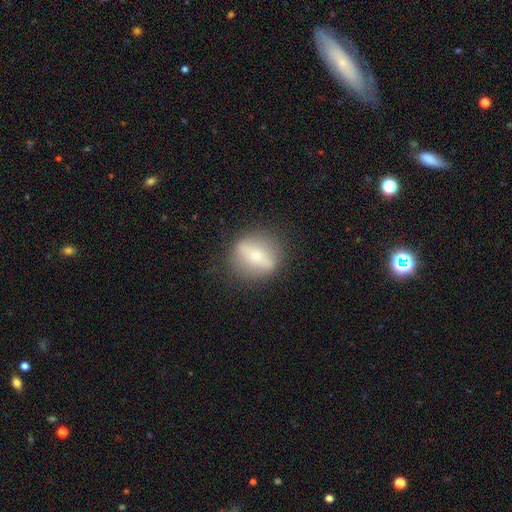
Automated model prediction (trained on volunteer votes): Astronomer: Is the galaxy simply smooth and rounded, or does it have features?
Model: featured or disk — 49% (runner-up: smooth, 42%).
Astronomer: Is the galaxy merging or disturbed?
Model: none — 82%.